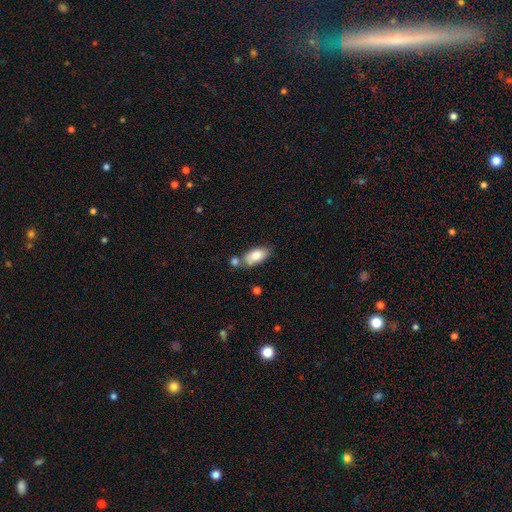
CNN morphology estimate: smooth 81%, featured or disk 12%, star or artifact 7%. Down the decision tree: how rounded — in between (90%); merging — none (52%).